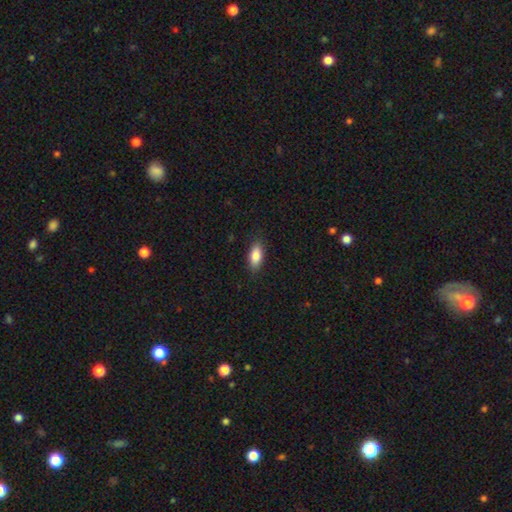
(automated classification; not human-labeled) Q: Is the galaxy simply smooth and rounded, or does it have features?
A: smooth — 85%.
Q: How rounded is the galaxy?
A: in between — 86%.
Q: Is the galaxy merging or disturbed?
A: none — 86%.